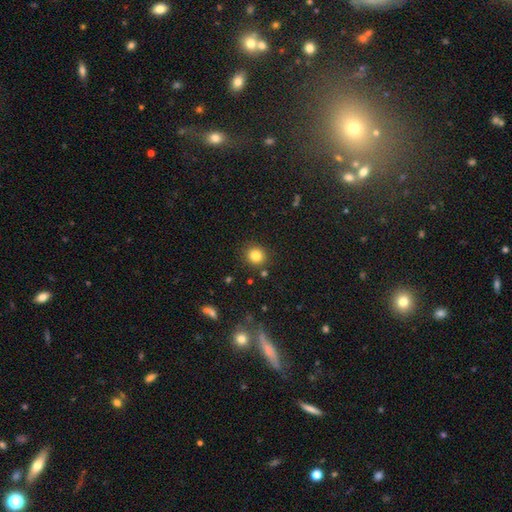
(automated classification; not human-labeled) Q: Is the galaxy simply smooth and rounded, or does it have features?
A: smooth — 82%.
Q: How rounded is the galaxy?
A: round — 87%.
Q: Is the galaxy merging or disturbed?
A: none — 87%.